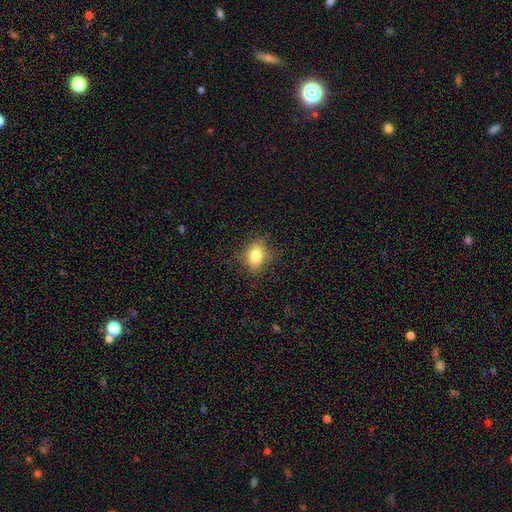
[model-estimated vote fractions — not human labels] smooth 80%, star or artifact 10%, featured or disk 9%. Down the decision tree: how rounded — in between (67%); merging — none (78%).